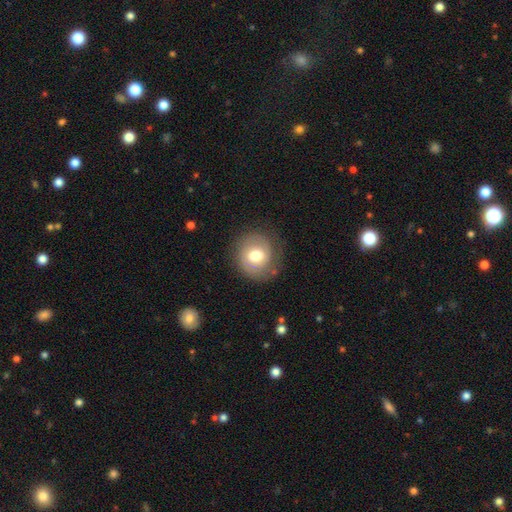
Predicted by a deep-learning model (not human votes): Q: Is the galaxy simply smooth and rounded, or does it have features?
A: smooth — 61%.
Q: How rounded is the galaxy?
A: round — 85%.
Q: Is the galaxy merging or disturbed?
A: none — 77%.